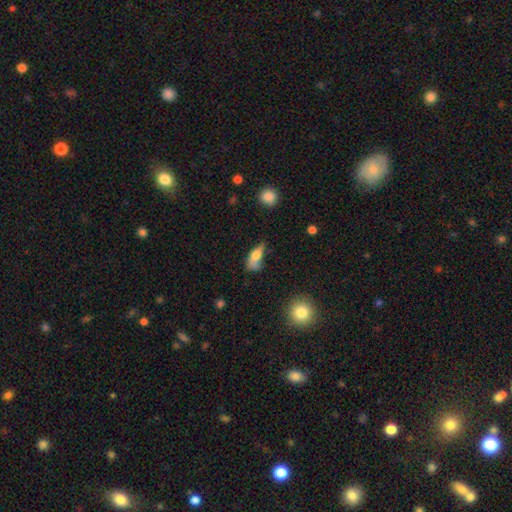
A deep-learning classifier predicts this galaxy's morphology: smooth 66%, featured or disk 26%, star or artifact 9%. Down the decision tree: how rounded — in between (71%); merging — minor disturbance (35%).